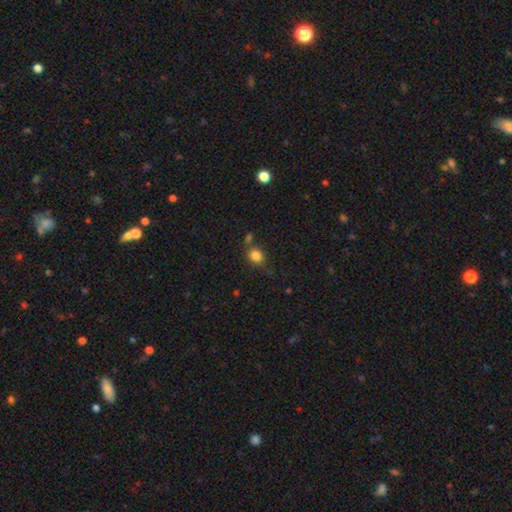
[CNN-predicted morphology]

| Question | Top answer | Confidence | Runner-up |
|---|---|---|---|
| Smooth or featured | smooth | 82% | star or artifact (12%) |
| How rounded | round | 69% | in between (30%) |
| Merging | none | 65% | minor disturbance (17%) |